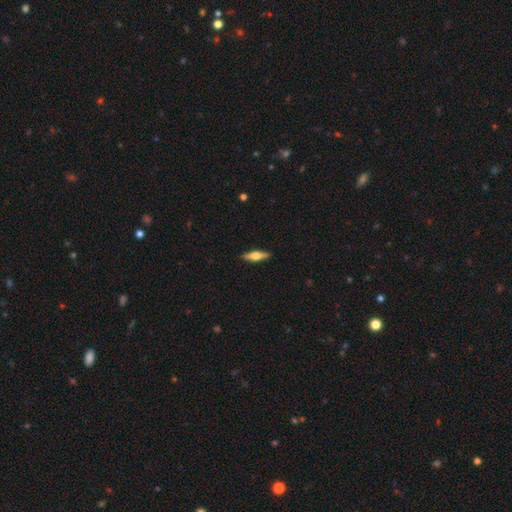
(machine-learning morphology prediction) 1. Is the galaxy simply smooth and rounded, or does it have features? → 51% featured or disk, 43% smooth, 6% star or artifact.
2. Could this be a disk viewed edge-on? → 94% yes, 6% no.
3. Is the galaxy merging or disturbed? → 90% none, 8% minor disturbance, 2% major disturbance, 1% merger.